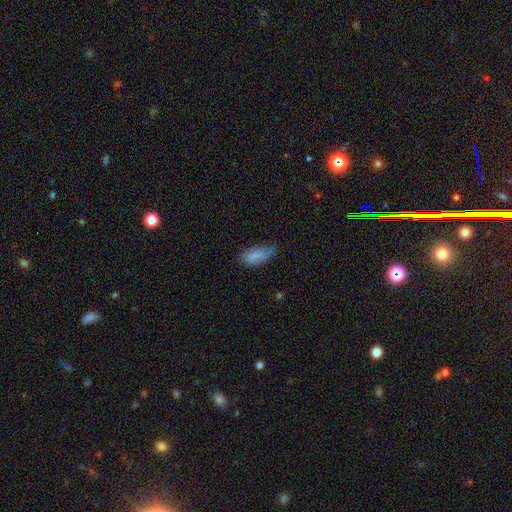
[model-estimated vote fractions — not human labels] A smooth galaxy with no disk features (75%) that is in between round and cigar-shaped (88%). Merging: none (50%).